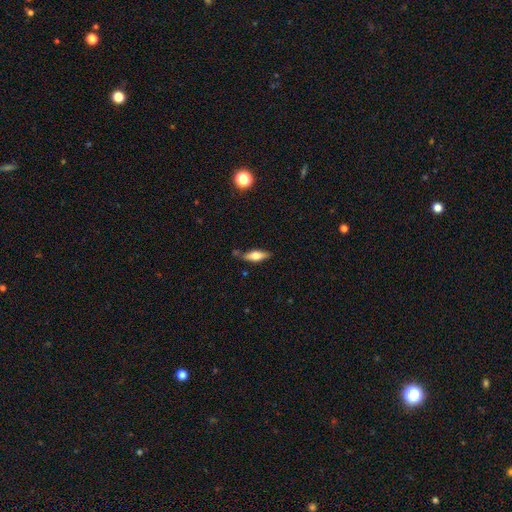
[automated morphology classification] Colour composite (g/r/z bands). It shows a smooth galaxy with no disk features (55%) that is in between round and cigar-shaped (52%). Merging: none (75%).